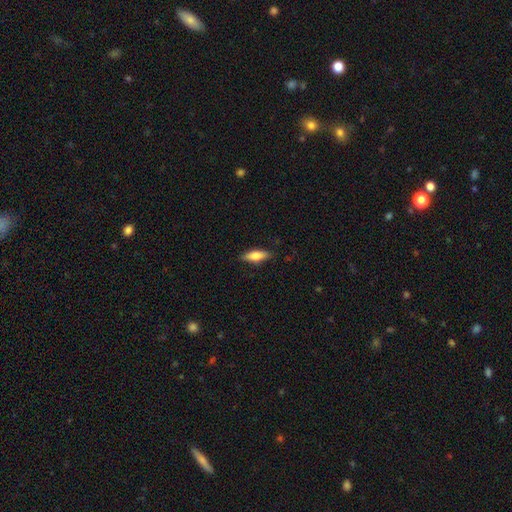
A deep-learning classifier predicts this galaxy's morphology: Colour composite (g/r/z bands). It shows a smooth galaxy with no disk features (68%) that is in between round and cigar-shaped (57%). Merging: none (84%).